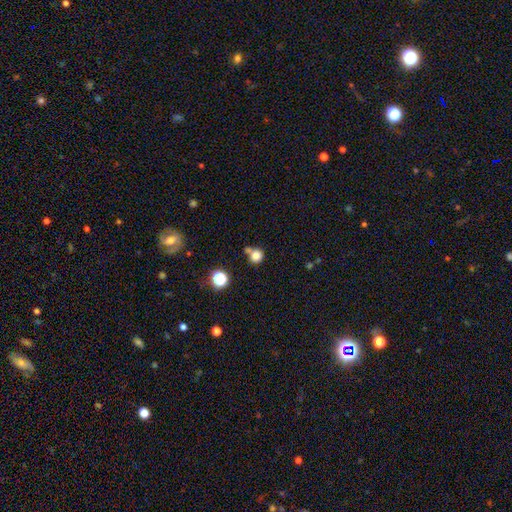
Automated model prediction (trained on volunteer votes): Smooth or featured: smooth — 79% (star or artifact — 13%)
How rounded: round — 87% (in between — 12%)
Merging: none — 55% (merger — 24%)